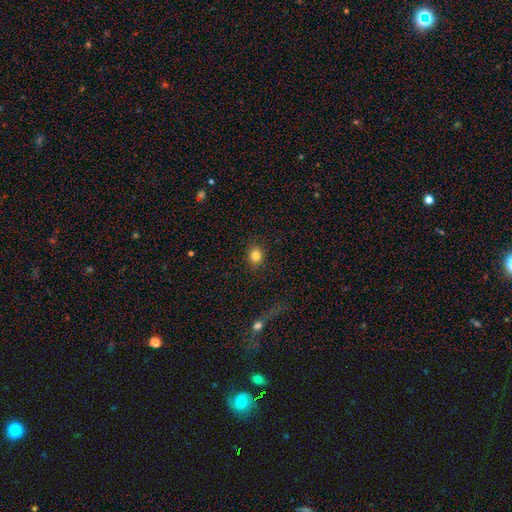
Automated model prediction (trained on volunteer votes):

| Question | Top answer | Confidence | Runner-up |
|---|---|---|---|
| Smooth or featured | smooth | 83% | star or artifact (10%) |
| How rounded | round | 75% | in between (24%) |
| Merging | none | 89% | minor disturbance (7%) |